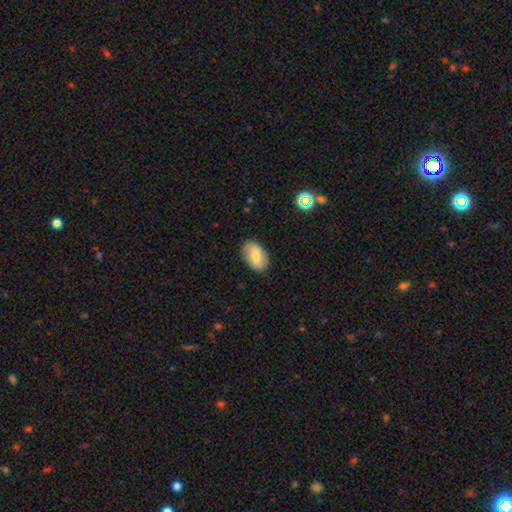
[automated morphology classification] Smooth or featured: smooth — 65% (featured or disk — 28%)
How rounded: in between — 89% (round — 9%)
Merging: none — 85% (minor disturbance — 12%)